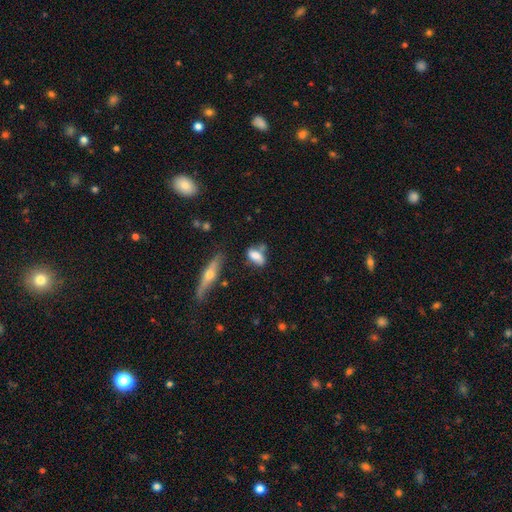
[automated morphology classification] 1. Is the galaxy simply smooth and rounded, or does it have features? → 71% smooth, 19% featured or disk, 9% star or artifact.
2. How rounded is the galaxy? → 82% in between, 12% cigar-shaped, 7% round.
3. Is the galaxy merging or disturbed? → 47% none, 26% minor disturbance, 16% merger, 10% major disturbance.